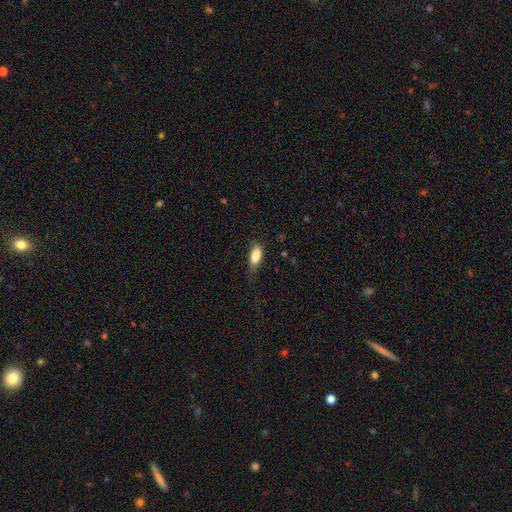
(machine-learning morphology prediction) The model was most divided on "merging": none: 58%, minor disturbance: 30%, major disturbance: 10%, merger: 2%. More confident: smooth or featured — smooth (84%); how rounded — in between (80%).